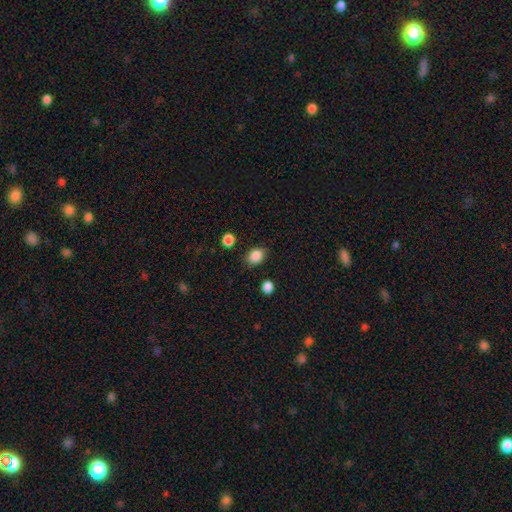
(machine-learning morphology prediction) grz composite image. It shows a smooth galaxy with no disk features (87%) that is in between round and cigar-shaped (57%). Merging: none (83%).